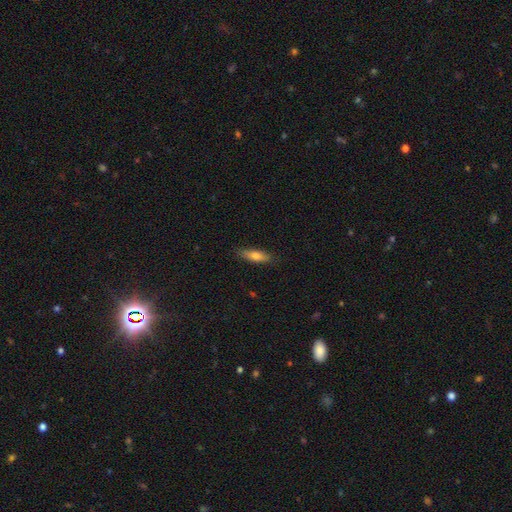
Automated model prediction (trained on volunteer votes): This is likely a smooth galaxy (71%). How rounded: possibly cigar-shaped (50%). Merging: clearly none (85%).